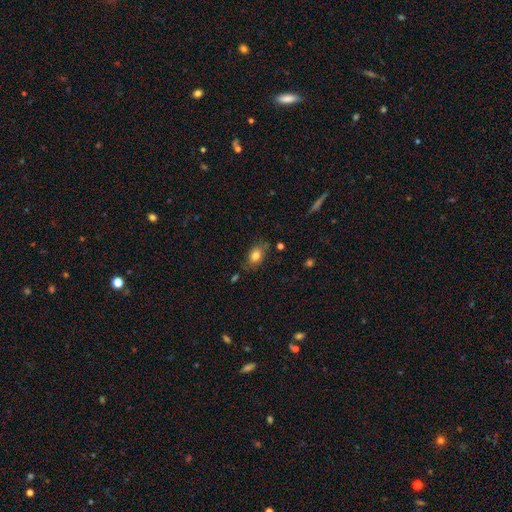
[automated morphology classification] The model was most divided on "merging": none: 74%, minor disturbance: 19%, major disturbance: 4%, merger: 3%. More confident: how rounded — in between (80%); smooth or featured — smooth (80%).